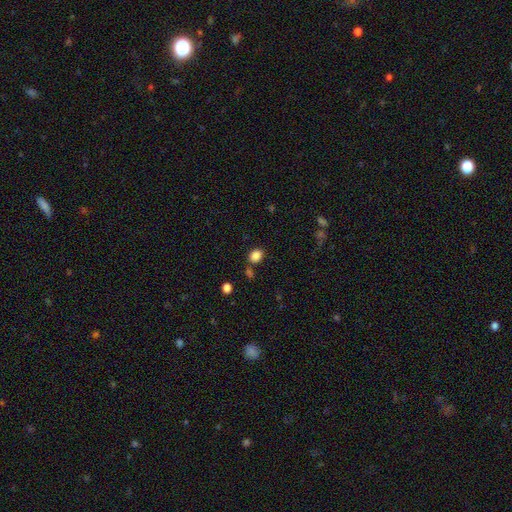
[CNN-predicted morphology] Q: Smooth or featured?
A: smooth (85%); runner-up: star or artifact (11%)
Q: How rounded?
A: in between (55%); runner-up: round (44%)
Q: Merging?
A: none (76%); runner-up: minor disturbance (12%)